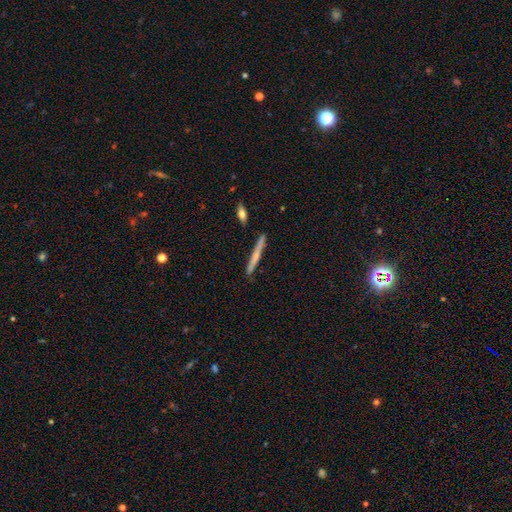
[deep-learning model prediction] Smooth or featured? Predicted: smooth (p=0.48). Merging? Predicted: none (p=0.88).